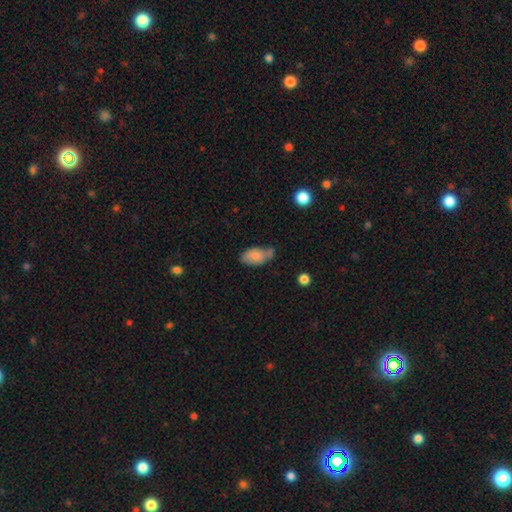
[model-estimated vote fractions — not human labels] A smooth galaxy with no disk features (80%) that is in between round and cigar-shaped (92%). Merging: none (41%).